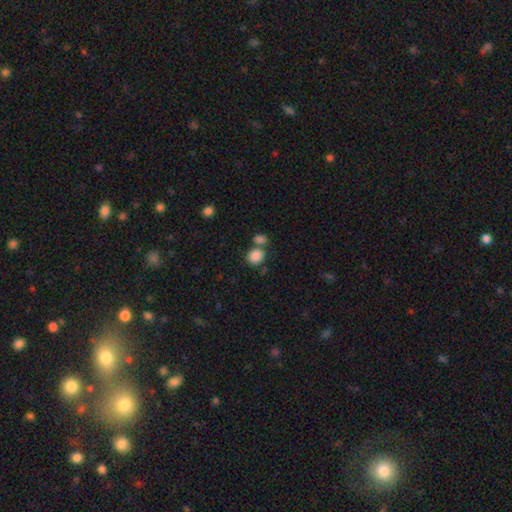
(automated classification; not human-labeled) Q: Smooth or featured?
A: smooth (86%); runner-up: star or artifact (9%)
Q: How rounded?
A: round (71%); runner-up: in between (28%)
Q: Merging?
A: none (55%); runner-up: merger (31%)